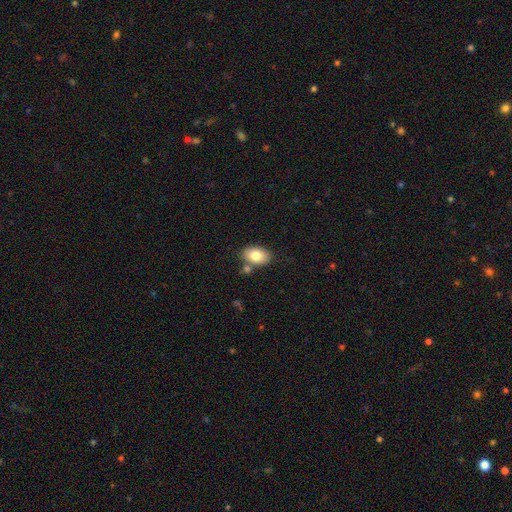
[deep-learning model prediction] smooth-or-featured: smooth: 80% | featured or disk: 13% | star or artifact: 8%
  how-rounded: in between: 86% | round: 13% | cigar-shaped: 1%
  merging: none: 73% | minor disturbance: 13% | merger: 11% | major disturbance: 3%